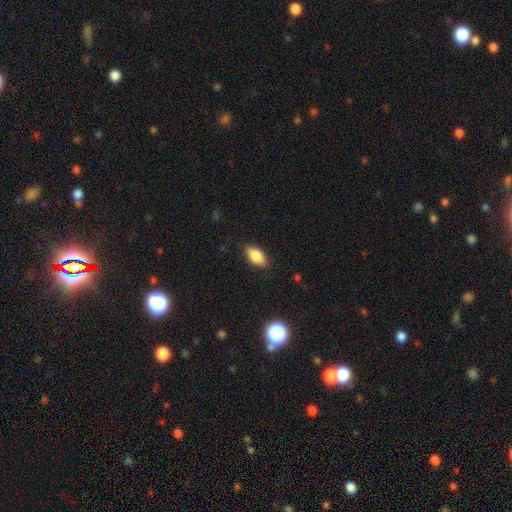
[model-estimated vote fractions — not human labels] smooth-or-featured: smooth: 83% | featured or disk: 10% | star or artifact: 8%
  how-rounded: in between: 89% | cigar-shaped: 6% | round: 5%
  merging: none: 85% | minor disturbance: 11% | major disturbance: 2% | merger: 1%